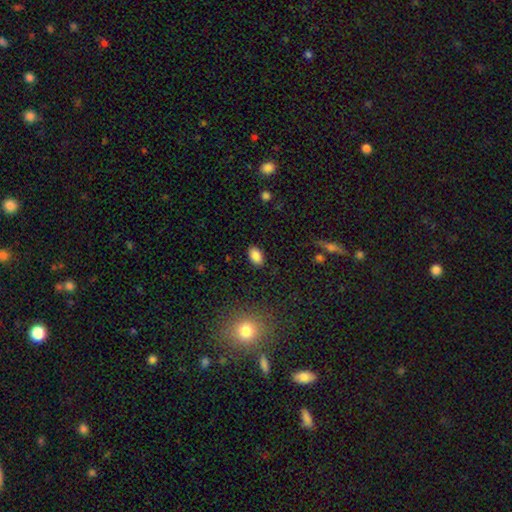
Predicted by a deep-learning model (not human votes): smooth_or_featured: smooth (p=0.86) [alt: star or artifact p=0.09]
how_rounded: in between (p=0.90) [alt: round p=0.08]
merging: none (p=0.87) [alt: minor disturbance p=0.09]